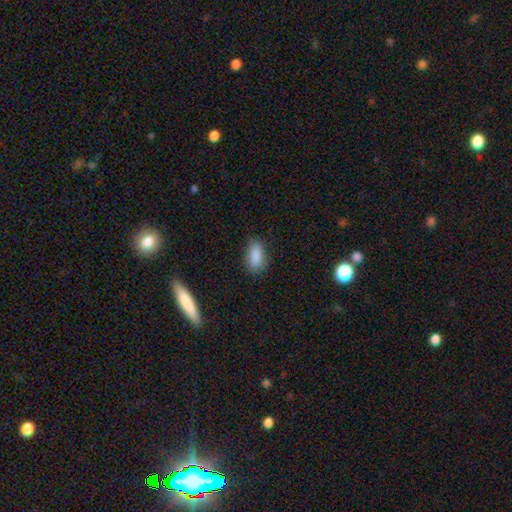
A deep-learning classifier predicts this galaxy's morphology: Overall: smooth (86%). How rounded: in between (85%). Merging: none (80%).